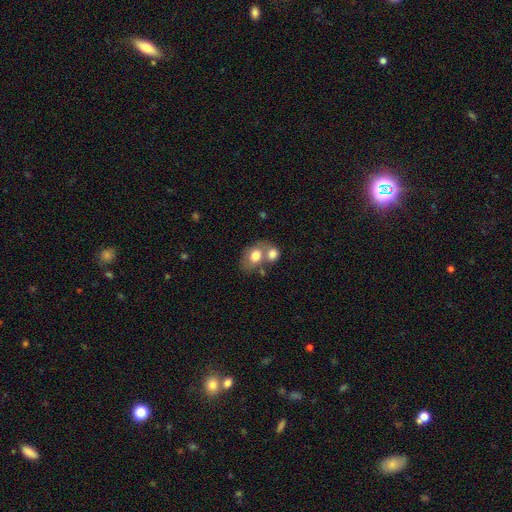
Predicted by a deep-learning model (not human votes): Smooth or featured? smooth (73%)
How rounded? in between (68%)
Merging? merger (46%)